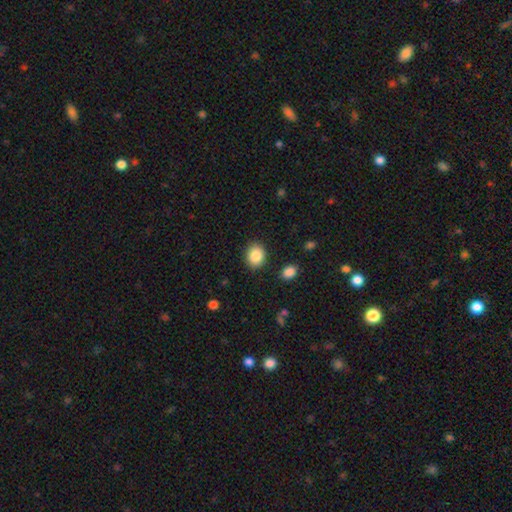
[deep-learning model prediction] Smooth or featured: smooth — 87% (star or artifact — 8%)
How rounded: round — 57% (in between — 42%)
Merging: none — 88% (minor disturbance — 8%)